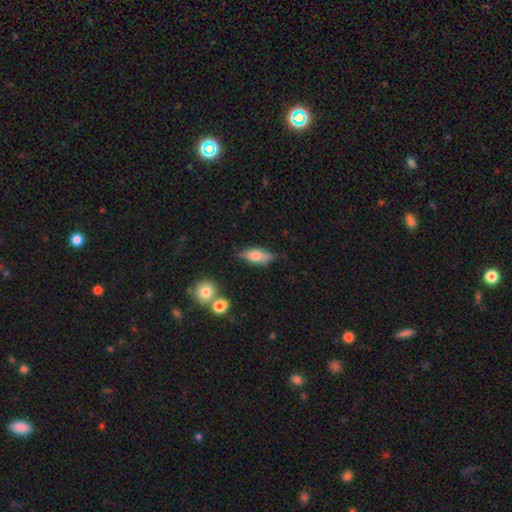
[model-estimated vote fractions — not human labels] Q: Smooth or featured?
A: smooth (70%); runner-up: featured or disk (23%)
Q: How rounded?
A: in between (77%); runner-up: cigar-shaped (20%)
Q: Merging?
A: none (67%); runner-up: minor disturbance (23%)